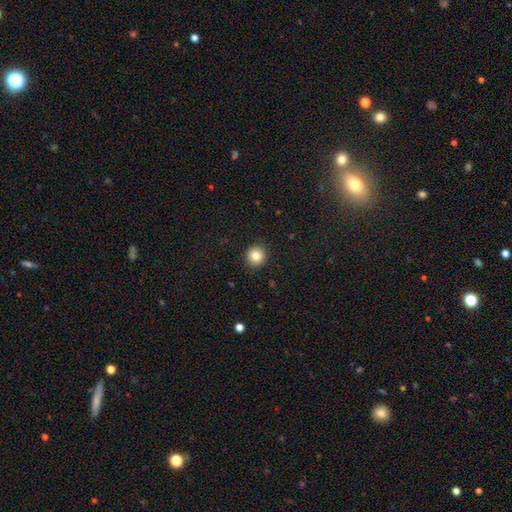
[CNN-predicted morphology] type=smooth (83%); roundness=round (92%); merging=none (92%).